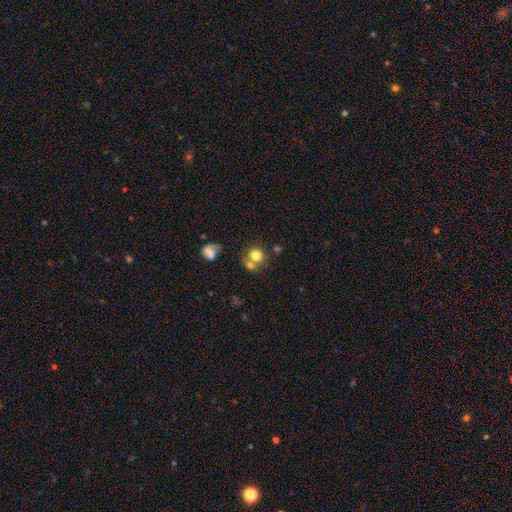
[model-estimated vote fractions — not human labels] Morphology: type=smooth (78%); roundness=round (83%); merging=none (49%).